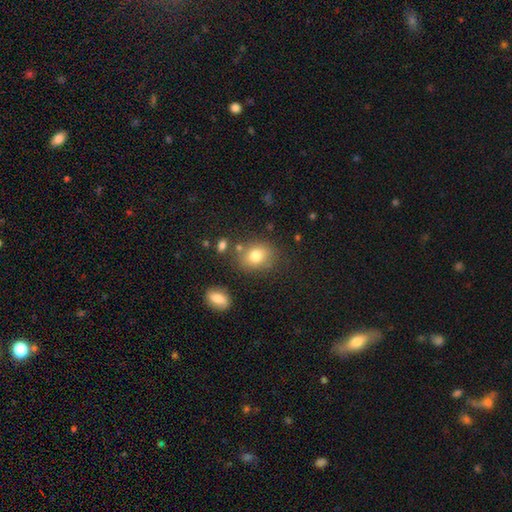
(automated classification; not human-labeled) Smooth or featured?
  - smooth: 78% *
  - star or artifact: 11%
  - featured or disk: 11%
How rounded?
  - round: 52% *
  - in between: 47%
  - cigar-shaped: 1%
Merging?
  - none: 75% *
  - minor disturbance: 14%
  - merger: 7%
  - major disturbance: 4%